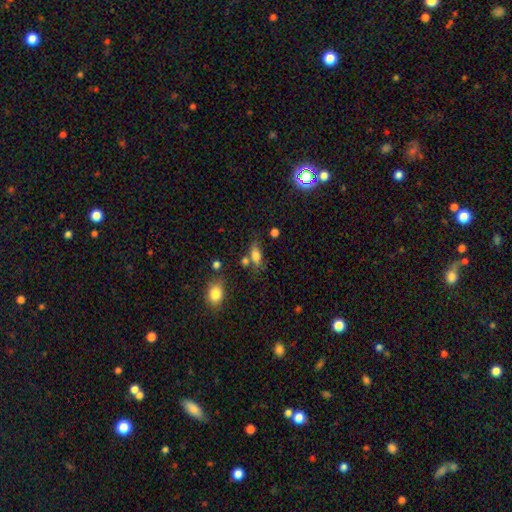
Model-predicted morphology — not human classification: Smooth or featured? smooth (76%)
How rounded? in between (79%)
Merging? none (60%)